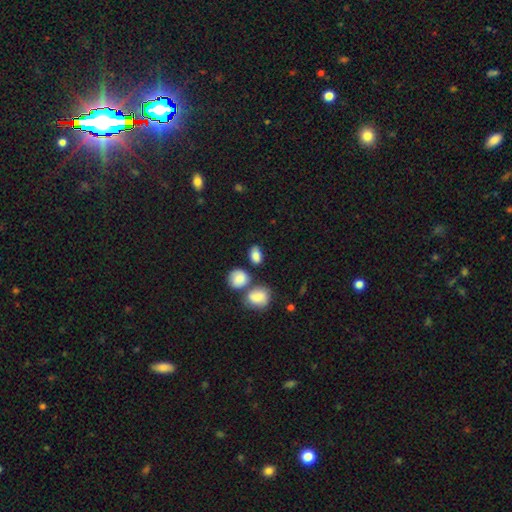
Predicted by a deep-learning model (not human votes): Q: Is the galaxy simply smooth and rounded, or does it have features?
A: smooth — 85%.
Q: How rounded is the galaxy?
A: in between — 78%.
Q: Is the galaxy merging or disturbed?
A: none — 64%.